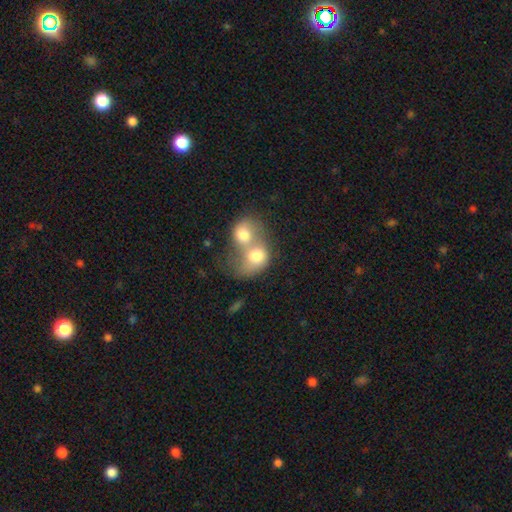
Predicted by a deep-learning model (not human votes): smooth-or-featured: smooth: 69% | featured or disk: 23% | star or artifact: 7%
  how-rounded: round: 50% | in between: 48% | cigar-shaped: 1%
  merging: merger: 83% | none: 7% | major disturbance: 6% | minor disturbance: 4%